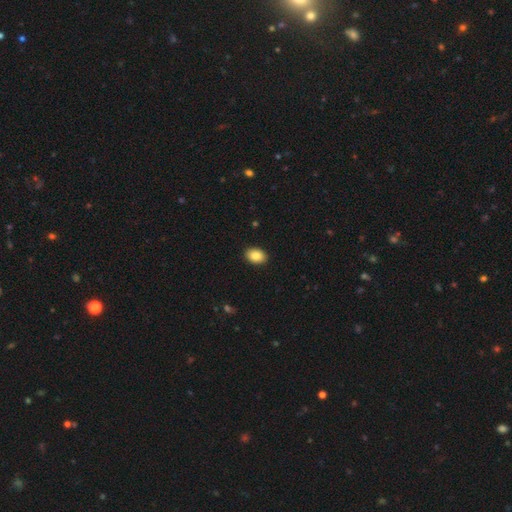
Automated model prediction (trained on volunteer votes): Smooth or featured: smooth — 87% (star or artifact — 8%)
How rounded: in between — 82% (round — 17%)
Merging: none — 91% (minor disturbance — 7%)